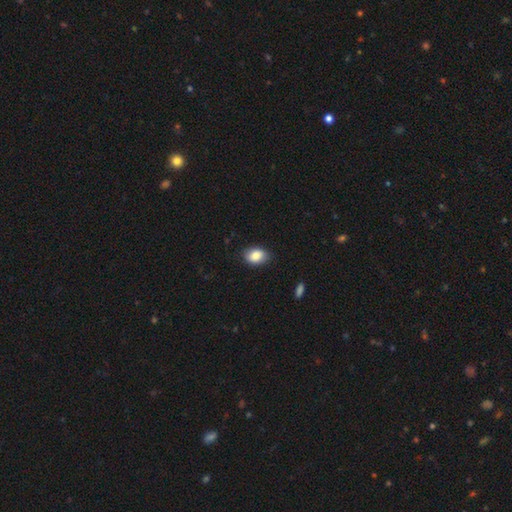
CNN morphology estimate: Overall: smooth (85%). How rounded: in between (81%). Merging: none (82%).